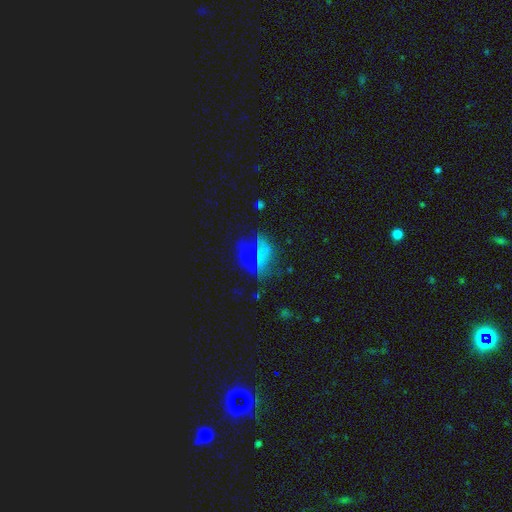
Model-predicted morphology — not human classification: smooth-or-featured: star or artifact: 41% | smooth: 36% | featured or disk: 23%